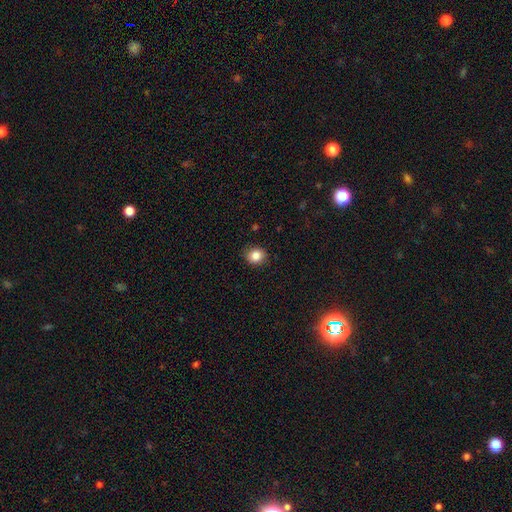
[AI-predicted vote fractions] Smooth or featured?
  - smooth: 84% *
  - star or artifact: 10%
  - featured or disk: 6%
How rounded?
  - round: 73% *
  - in between: 26%
  - cigar-shaped: 1%
Merging?
  - none: 88% *
  - minor disturbance: 9%
  - major disturbance: 2%
  - merger: 1%